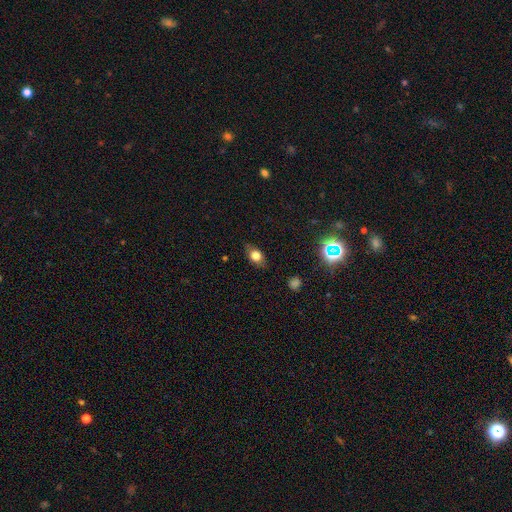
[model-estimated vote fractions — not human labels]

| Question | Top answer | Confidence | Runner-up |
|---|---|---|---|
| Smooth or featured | smooth | 71% | featured or disk (16%) |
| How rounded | in between | 70% | round (26%) |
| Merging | none | 79% | minor disturbance (16%) |